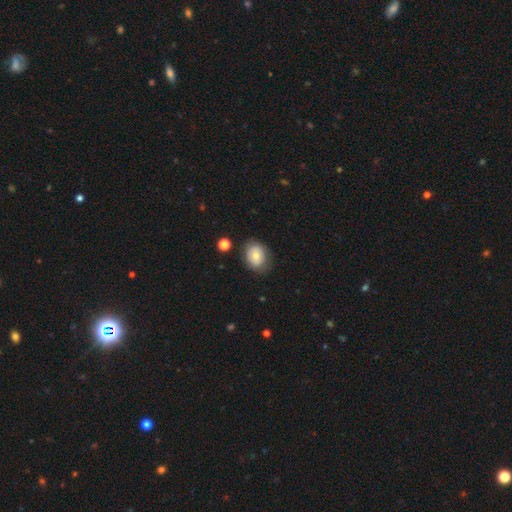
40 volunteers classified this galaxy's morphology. This appears to be a smooth galaxy with no disk features (60%) that is round (75%). Merging: none (79%).